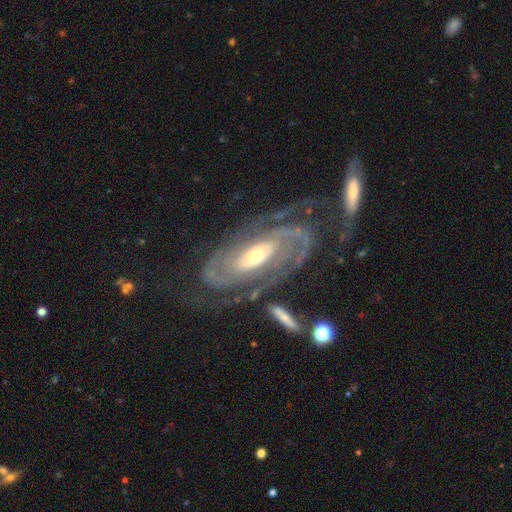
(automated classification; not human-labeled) smooth_or_featured: featured or disk (p=0.91) [alt: star or artifact p=0.05]
disk_edge_on: no (p=0.94) [alt: yes p=0.06]
bar: no (p=0.50) [alt: weak p=0.30]
has_spiral_arms: yes (p=0.97) [alt: no p=0.03]
spiral_winding: tight (p=0.70) [alt: medium p=0.25]
spiral_arm_count: 2 (p=0.58) [alt: can't tell p=0.16]
bulge_size: small (p=0.48) [alt: moderate p=0.46]
merging: none (p=0.61) [alt: minor disturbance p=0.18]